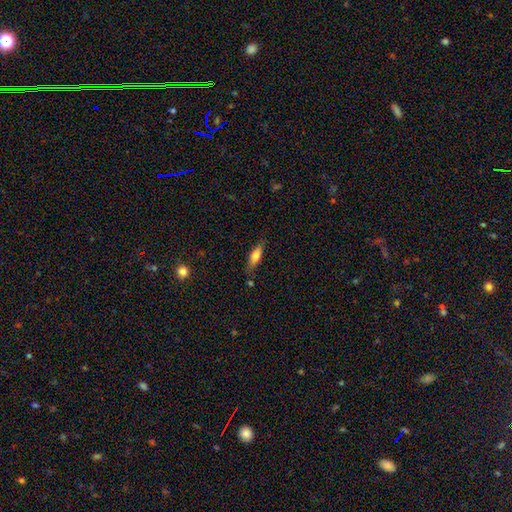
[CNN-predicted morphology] This appears to be a smooth galaxy with no disk features (66%) that is cigar-shaped (51%). Merging: none (76%).